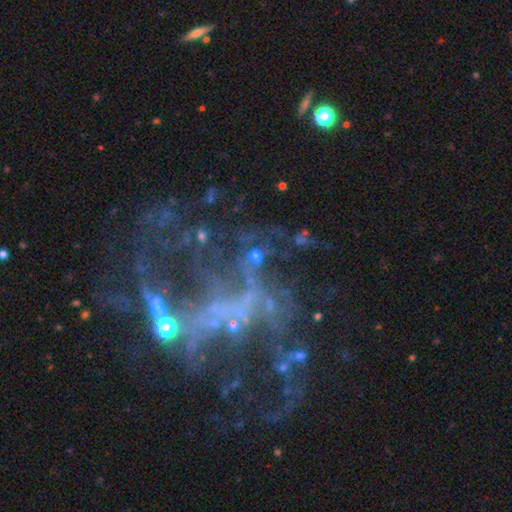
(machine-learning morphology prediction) This appears to be a featured or disk galaxy (44%). Merging: none (49%).